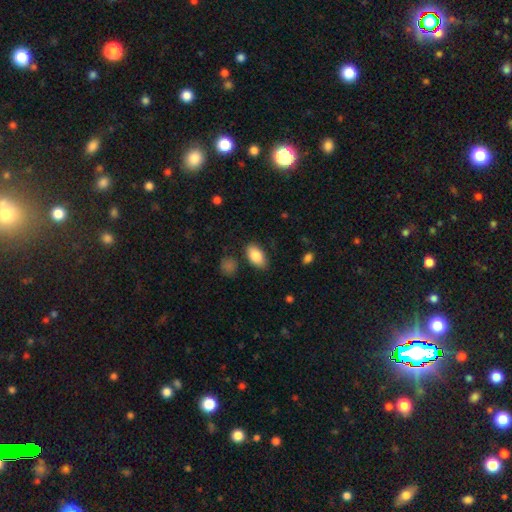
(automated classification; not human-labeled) The model was most divided on "merging": none: 84%, minor disturbance: 11%, major disturbance: 3%, merger: 2%. More confident: how rounded — in between (93%); smooth or featured — smooth (85%).